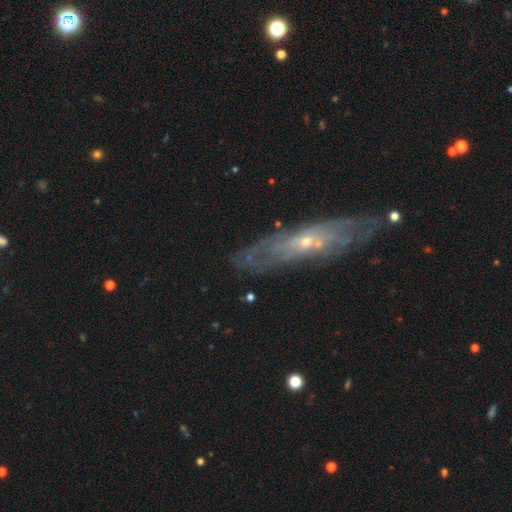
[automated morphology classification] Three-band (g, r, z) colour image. It shows a featured or disk galaxy (73%). Merging: none (79%).